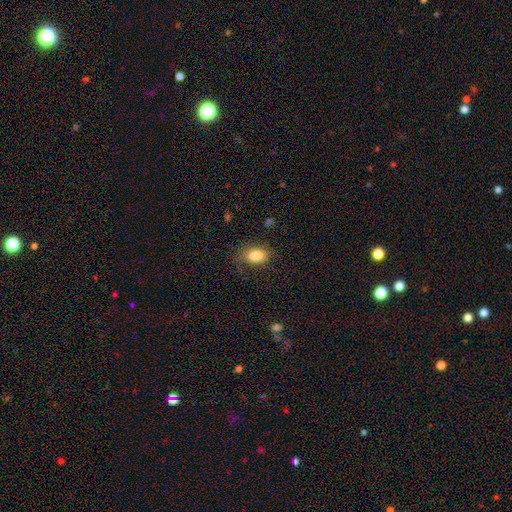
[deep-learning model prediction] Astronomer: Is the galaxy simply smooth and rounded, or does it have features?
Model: smooth — 83%.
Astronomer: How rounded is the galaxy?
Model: in between — 84%.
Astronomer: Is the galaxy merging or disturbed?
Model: none — 73%.